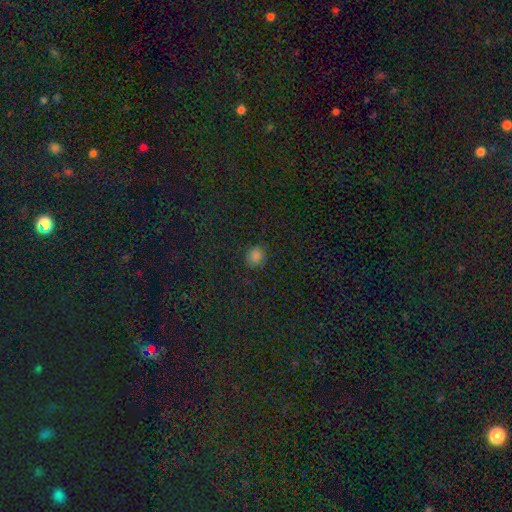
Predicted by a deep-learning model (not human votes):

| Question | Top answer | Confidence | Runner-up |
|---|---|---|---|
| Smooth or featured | smooth | 79% | star or artifact (16%) |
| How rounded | round | 78% | in between (21%) |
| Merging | none | 86% | minor disturbance (10%) |